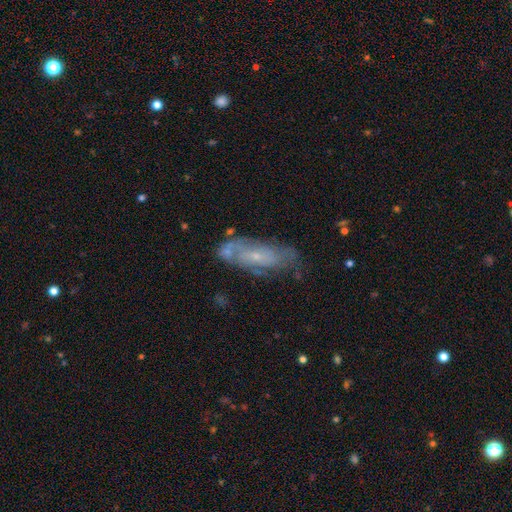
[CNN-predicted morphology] Q: Smooth or featured?
A: featured or disk (61%); runner-up: smooth (30%)
Q: Edge-on disk?
A: no (81%); runner-up: yes (19%)
Q: Merging?
A: none (58%); runner-up: minor disturbance (25%)